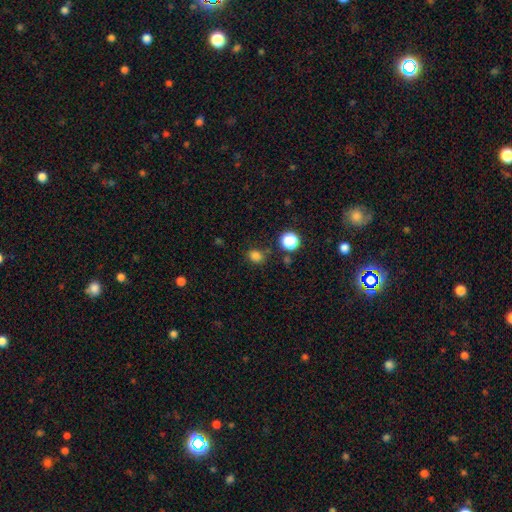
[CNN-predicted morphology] Smooth or featured: smooth — 79% (star or artifact — 17%)
How rounded: round — 58% (in between — 41%)
Merging: none — 80% (minor disturbance — 12%)